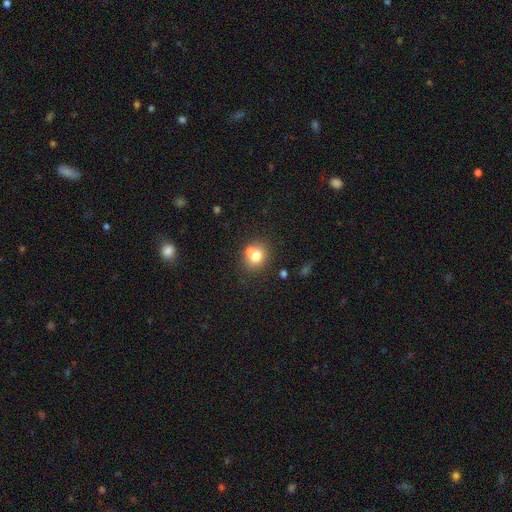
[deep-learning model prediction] Smooth or featured: smooth — 70% (featured or disk — 17%)
How rounded: round — 71% (in between — 28%)
Merging: none — 53% (merger — 34%)